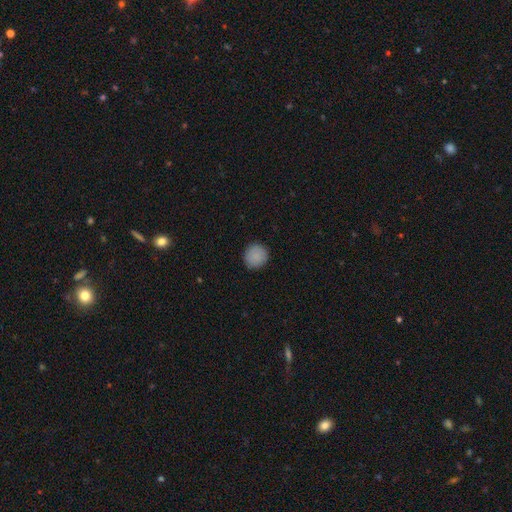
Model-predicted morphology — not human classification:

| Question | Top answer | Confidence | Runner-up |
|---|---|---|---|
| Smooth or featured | smooth | 88% | star or artifact (8%) |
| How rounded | round | 91% | in between (8%) |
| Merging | none | 90% | minor disturbance (8%) |